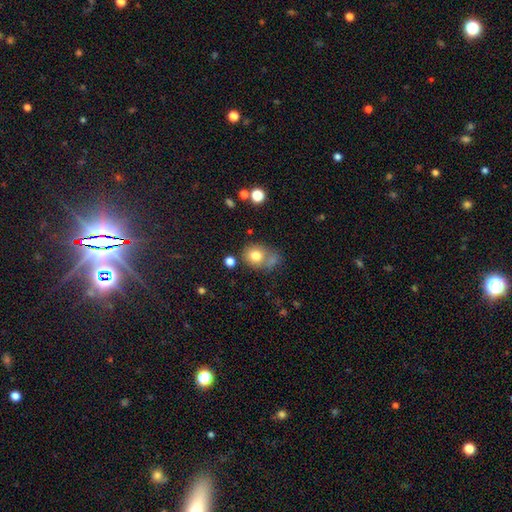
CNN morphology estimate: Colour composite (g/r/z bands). It shows a smooth galaxy with no disk features (77%) that is round (69%). Merging: none (49%).